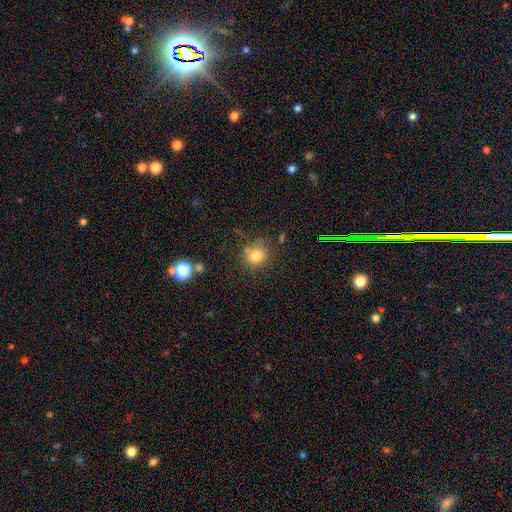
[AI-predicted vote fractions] Q: Smooth or featured?
A: smooth (79%); runner-up: star or artifact (14%)
Q: How rounded?
A: round (87%); runner-up: in between (12%)
Q: Merging?
A: none (74%); runner-up: minor disturbance (14%)